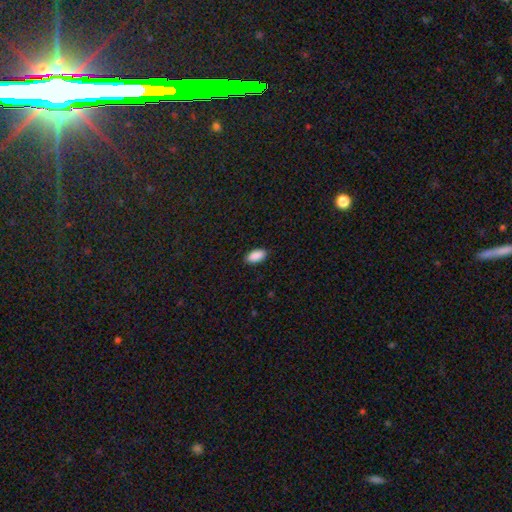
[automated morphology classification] type=smooth (90%); roundness=in between (93%); merging=none (89%).